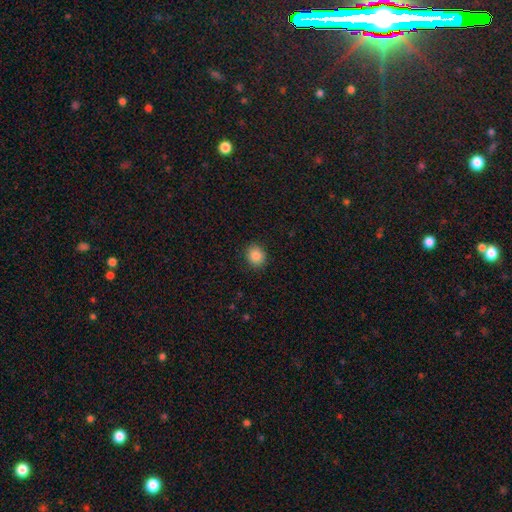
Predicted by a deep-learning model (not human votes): Smooth or featured?
  - smooth: 87% *
  - star or artifact: 9%
  - featured or disk: 4%
How rounded?
  - round: 68% *
  - in between: 31%
  - cigar-shaped: 1%
Merging?
  - none: 89% *
  - minor disturbance: 8%
  - major disturbance: 2%
  - merger: 1%